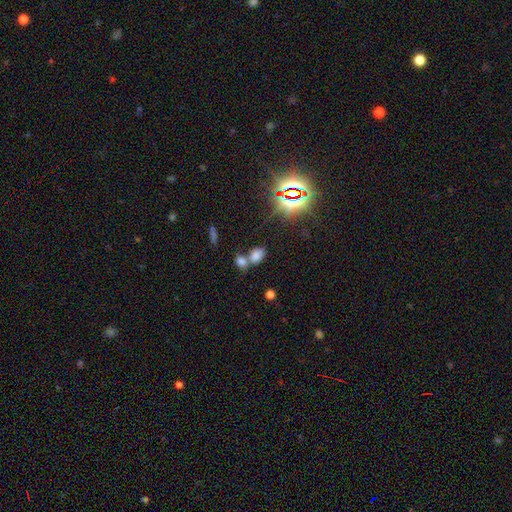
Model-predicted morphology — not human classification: Smooth or featured? Predicted: smooth (p=0.65). How rounded? Predicted: in between (p=0.79). Merging? Predicted: merger (p=0.45).